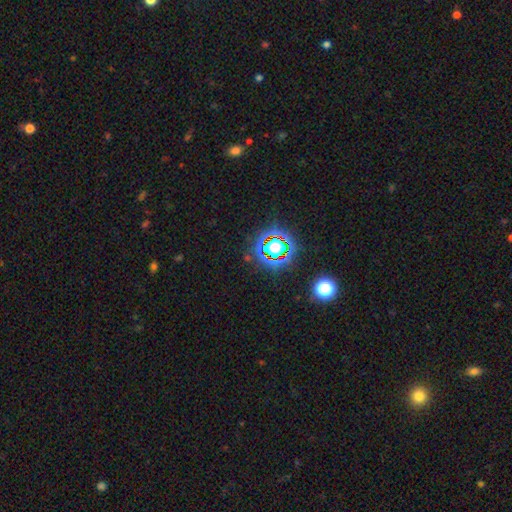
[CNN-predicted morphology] A star or artifact, not a galaxy (78%).